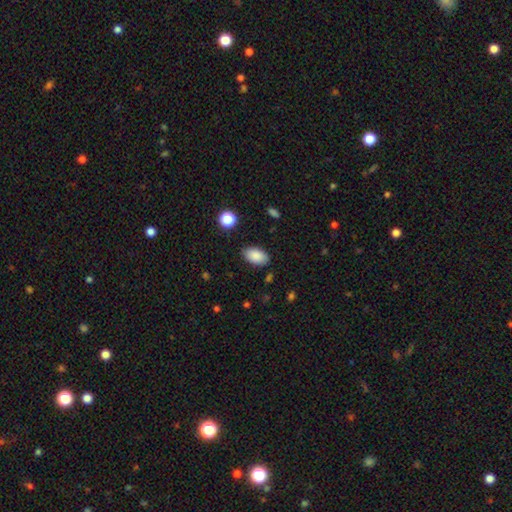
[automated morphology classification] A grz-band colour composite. It shows a smooth galaxy with no disk features (88%) that is in between round and cigar-shaped (94%). Merging: none (85%).